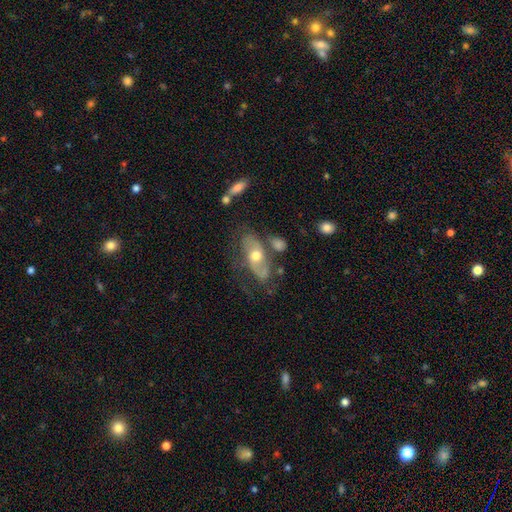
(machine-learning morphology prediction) Smooth or featured: featured or disk — 66% (smooth — 27%)
Edge-on disk: no — 87% (yes — 13%)
Bar: no — 70% (weak — 21%)
Spiral arms: yes — 66% (no — 34%)
Bulge size: moderate — 73% (small — 17%)
Merging: none — 48% (minor disturbance — 23%)